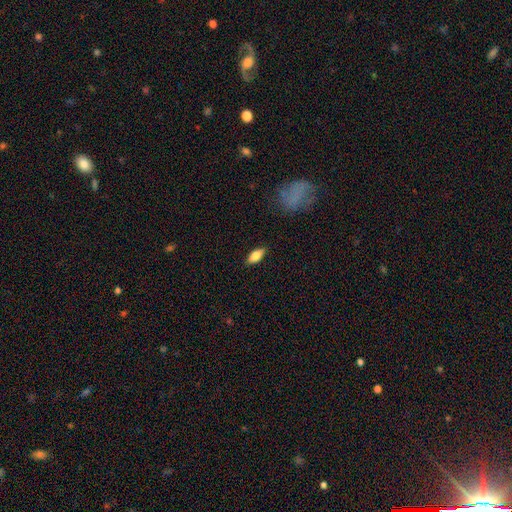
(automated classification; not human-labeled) smooth_or_featured: smooth (p=0.72) [alt: featured or disk p=0.20]
how_rounded: in between (p=0.78) [alt: cigar-shaped p=0.18]
merging: none (p=0.87) [alt: minor disturbance p=0.10]